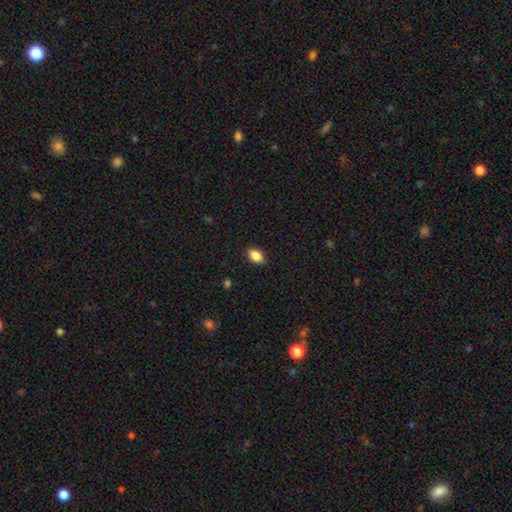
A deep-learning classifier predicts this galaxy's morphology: smooth-or-featured: smooth: 87% | star or artifact: 8% | featured or disk: 5%
  how-rounded: in between: 87% | round: 12% | cigar-shaped: 2%
  merging: none: 88% | minor disturbance: 9% | major disturbance: 2% | merger: 1%